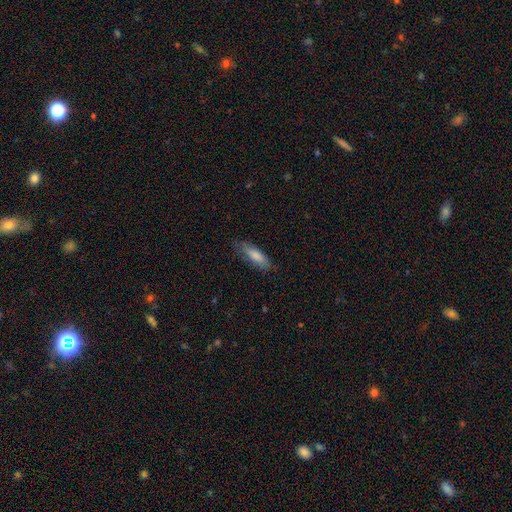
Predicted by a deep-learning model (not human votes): Smooth or featured? Predicted: smooth (p=0.79). How rounded? Predicted: cigar-shaped (p=0.53). Merging? Predicted: none (p=0.74).